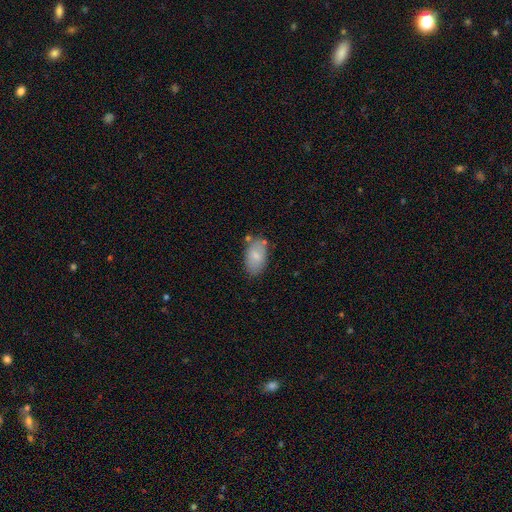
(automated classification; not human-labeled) This appears to be a smooth galaxy with no disk features (79%) that is in between round and cigar-shaped (94%). Merging: none (70%).